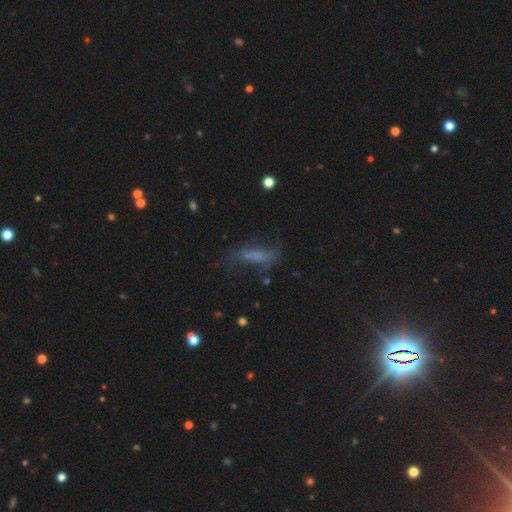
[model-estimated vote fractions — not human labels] Smooth or featured?
  - smooth: 45% *
  - featured or disk: 36%
  - star or artifact: 20%
Merging?
  - none: 48% *
  - major disturbance: 25%
  - minor disturbance: 23%
  - merger: 4%